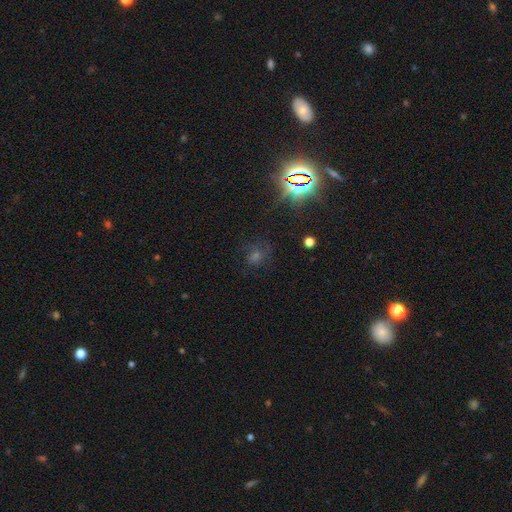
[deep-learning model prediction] The model was most divided on "smooth or featured": star or artifact: 59%, smooth: 24%, featured or disk: 17%.